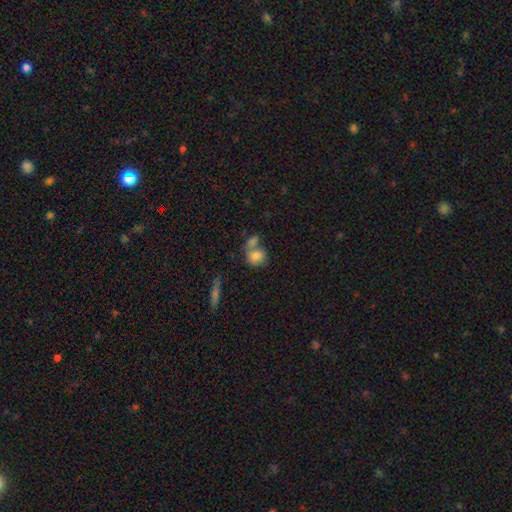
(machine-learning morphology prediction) This appears to be a smooth galaxy with no disk features (79%) that is round (54%). Merging: merger (46%).